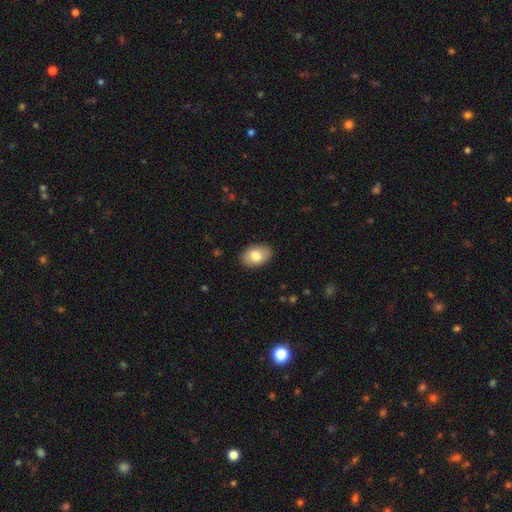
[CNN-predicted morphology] The model was most divided on "smooth or featured": smooth: 79%, featured or disk: 14%, star or artifact: 7%. More confident: how rounded — in between (88%); merging — none (88%).